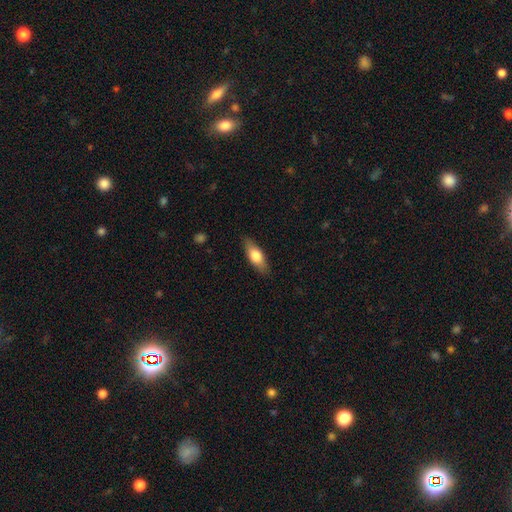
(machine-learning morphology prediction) Smooth or featured?
  - smooth: 68% *
  - featured or disk: 26%
  - star or artifact: 6%
How rounded?
  - in between: 69% *
  - cigar-shaped: 28%
  - round: 3%
Merging?
  - none: 86% *
  - minor disturbance: 11%
  - major disturbance: 2%
  - merger: 1%